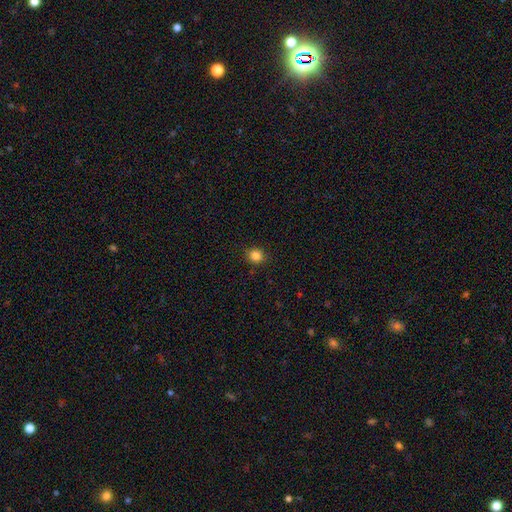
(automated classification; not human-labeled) Smooth or featured? Predicted: smooth (p=0.85). How rounded? Predicted: round (p=0.84). Merging? Predicted: none (p=0.90).